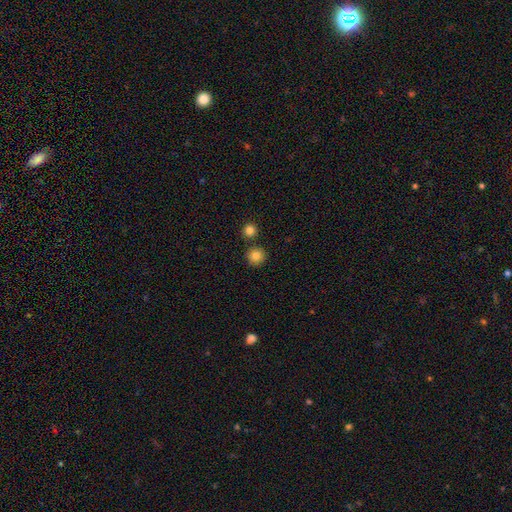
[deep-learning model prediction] The model was most divided on "smooth or featured": smooth: 83%, star or artifact: 11%, featured or disk: 7%. More confident: how rounded — round (94%); merging — none (83%).